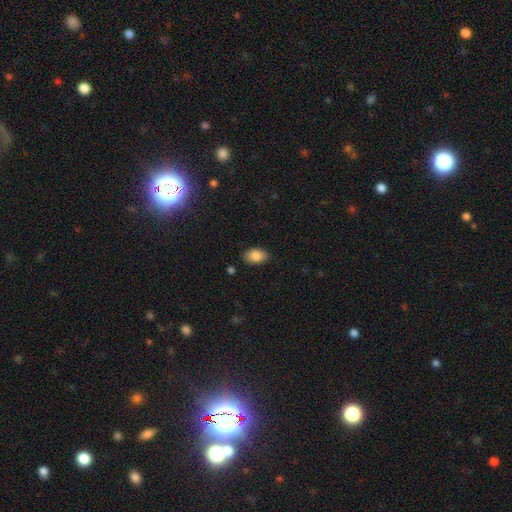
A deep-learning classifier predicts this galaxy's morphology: Smooth or featured?
  - smooth: 86% *
  - star or artifact: 8%
  - featured or disk: 6%
How rounded?
  - in between: 90% *
  - round: 9%
  - cigar-shaped: 1%
Merging?
  - none: 84% *
  - minor disturbance: 12%
  - major disturbance: 2%
  - merger: 1%